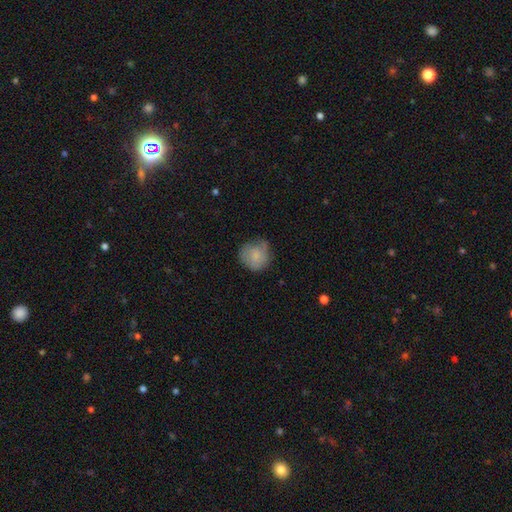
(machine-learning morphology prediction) Overall: smooth (74%). How rounded: round (89%). Merging: none (63%; minor disturbance 27%).